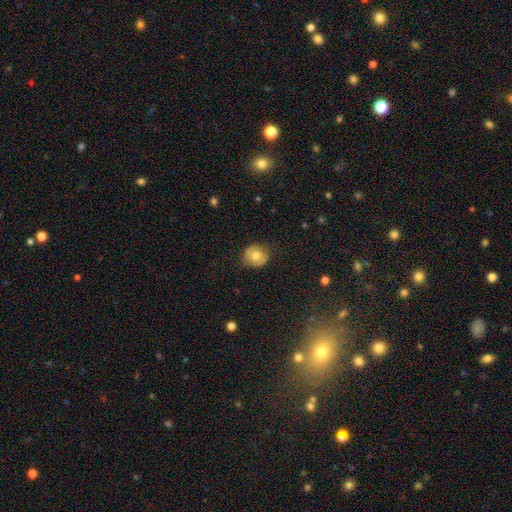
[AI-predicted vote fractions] Smooth or featured: smooth — 70% (featured or disk — 21%)
How rounded: round — 78% (in between — 21%)
Merging: none — 81% (minor disturbance — 14%)